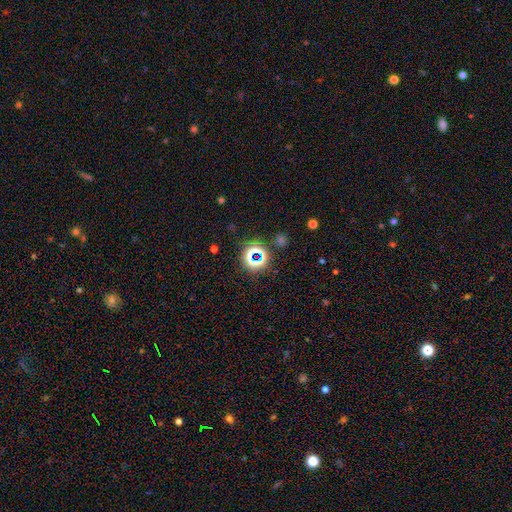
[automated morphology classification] smooth-or-featured: star or artifact: 64% | smooth: 27% | featured or disk: 9%